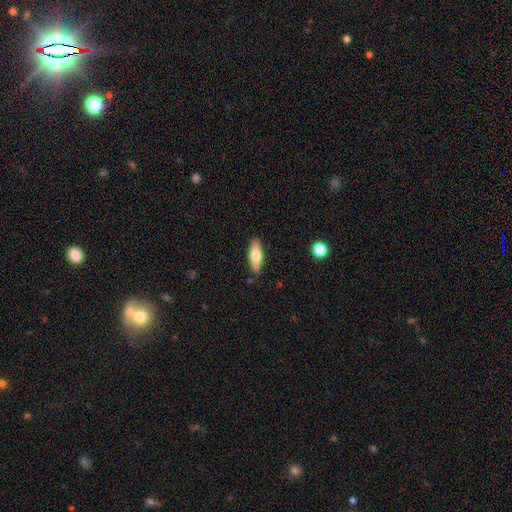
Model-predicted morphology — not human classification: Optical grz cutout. It shows a smooth galaxy with no disk features (70%) that is in between round and cigar-shaped (59%). Merging: none (88%).